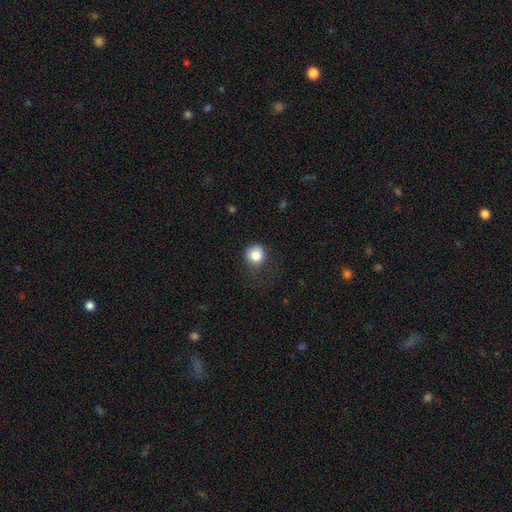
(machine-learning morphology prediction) type=smooth (83%); roundness=round (86%); merging=none (64%).